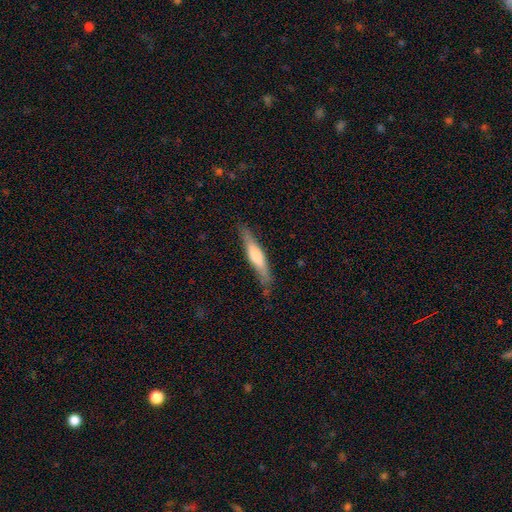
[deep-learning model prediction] Smooth or featured? Predicted: smooth (p=0.48). Merging? Predicted: none (p=0.80).